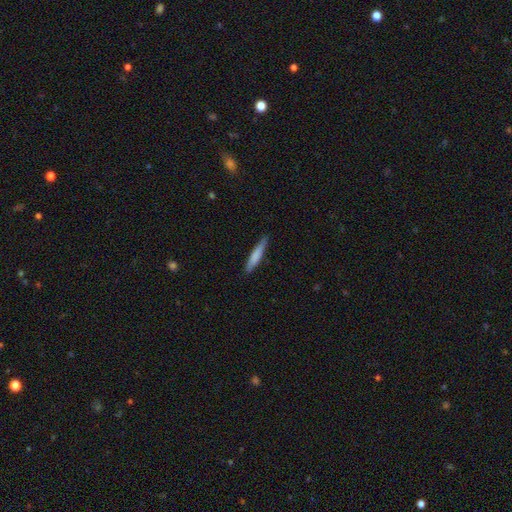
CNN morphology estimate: type=smooth (75%); roundness=cigar-shaped (93%); merging=none (86%).